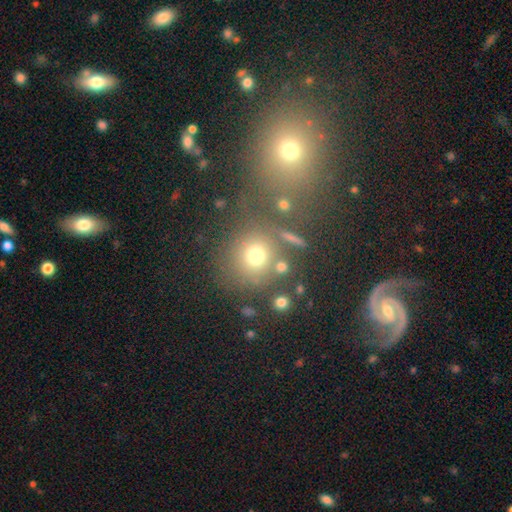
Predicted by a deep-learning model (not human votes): Overall: smooth (70%). How rounded: round (86%). Merging: none (67%).